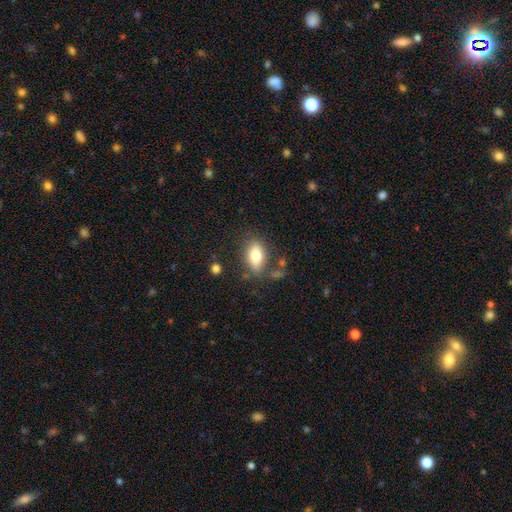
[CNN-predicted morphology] Smooth or featured: smooth — 78% (featured or disk — 14%)
How rounded: in between — 87% (round — 8%)
Merging: none — 72% (minor disturbance — 17%)